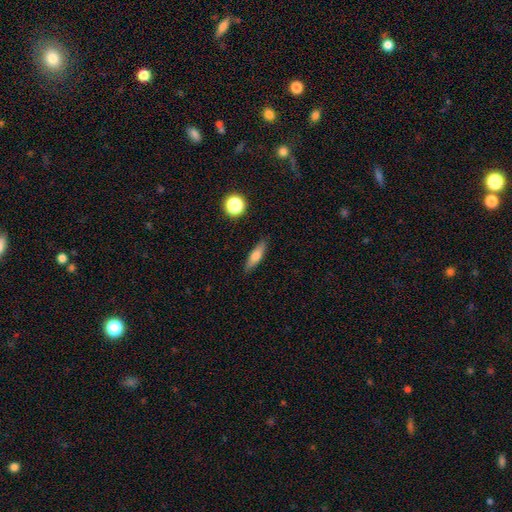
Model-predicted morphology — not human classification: This appears to be a smooth galaxy with no disk features (67%) that is cigar-shaped (63%). Merging: none (87%).